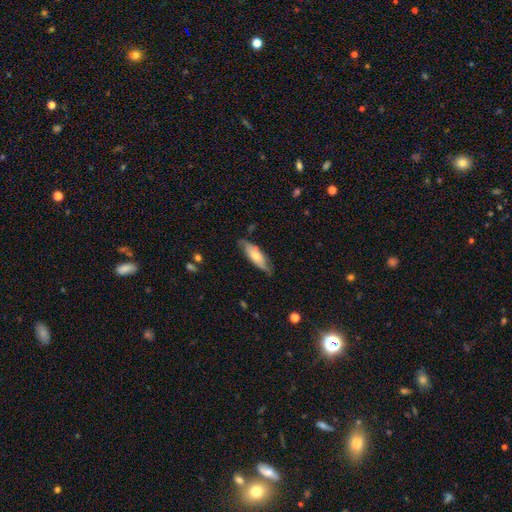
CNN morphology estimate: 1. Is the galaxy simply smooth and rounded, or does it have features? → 53% smooth, 41% featured or disk, 6% star or artifact.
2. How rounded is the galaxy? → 54% in between, 44% cigar-shaped, 2% round.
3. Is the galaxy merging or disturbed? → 73% none, 21% minor disturbance, 4% major disturbance, 2% merger.